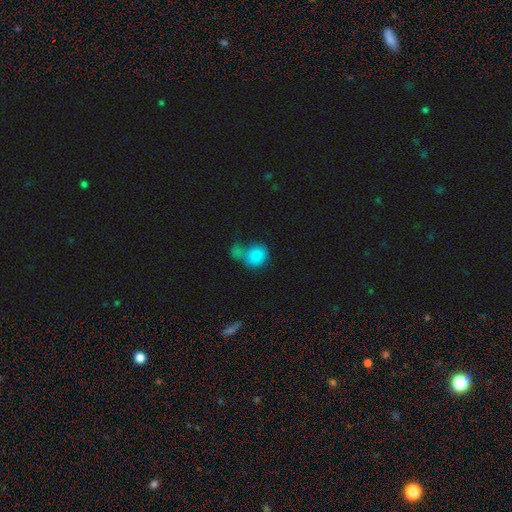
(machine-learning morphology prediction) Q: Smooth or featured?
A: smooth (83%); runner-up: star or artifact (9%)
Q: How rounded?
A: round (64%); runner-up: in between (35%)
Q: Merging?
A: merger (50%); runner-up: none (26%)